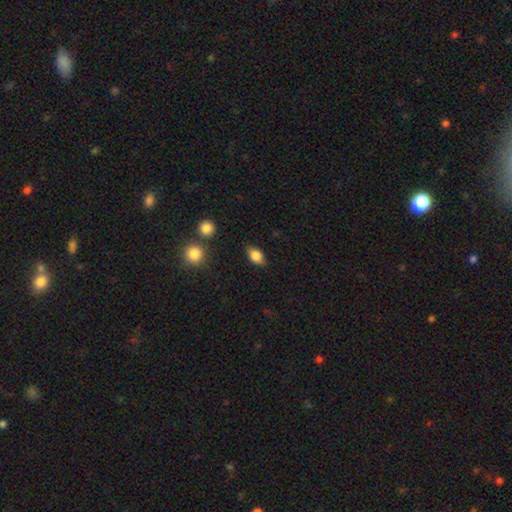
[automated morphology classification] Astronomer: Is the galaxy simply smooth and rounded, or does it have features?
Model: smooth — 81%.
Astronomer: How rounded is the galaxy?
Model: in between — 81%.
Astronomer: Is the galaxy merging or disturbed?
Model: none — 79%.